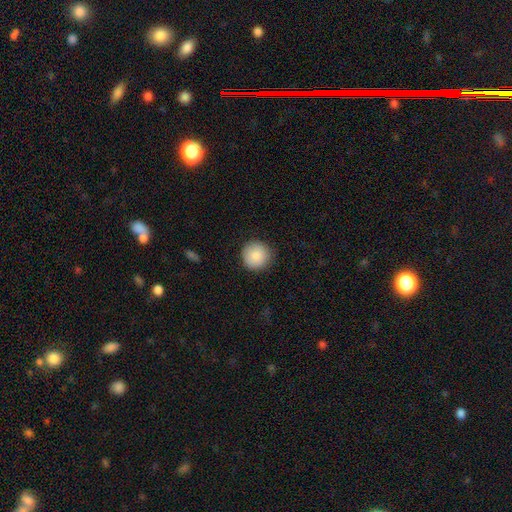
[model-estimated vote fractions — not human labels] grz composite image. It shows a smooth galaxy with no disk features (88%) that is round (95%). Merging: none (90%).